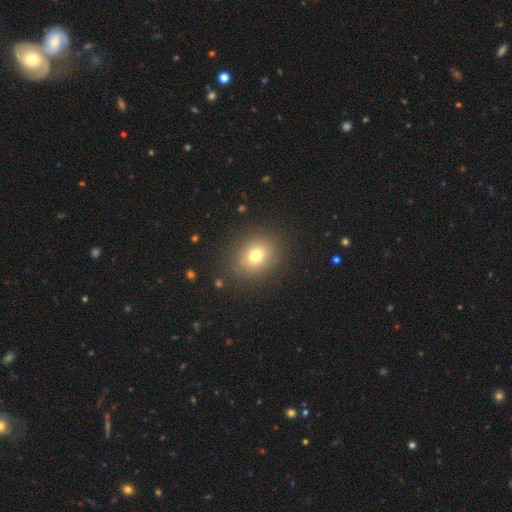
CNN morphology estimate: This appears to be a smooth galaxy with no disk features (74%) that is round (67%). Merging: none (87%).